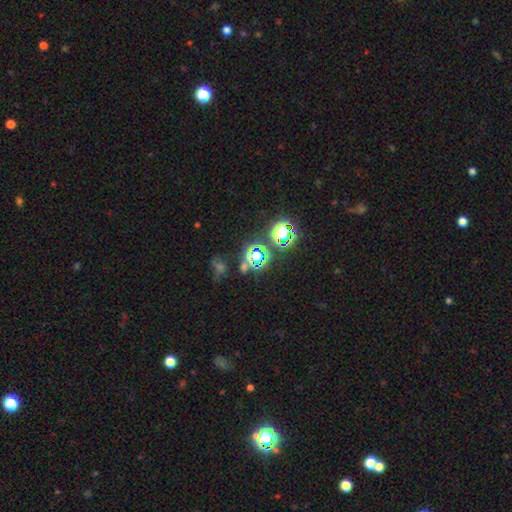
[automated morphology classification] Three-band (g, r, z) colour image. It shows a star or artifact, not a galaxy (68%).